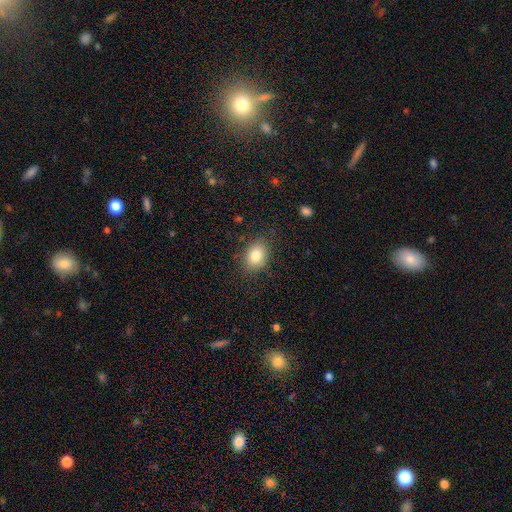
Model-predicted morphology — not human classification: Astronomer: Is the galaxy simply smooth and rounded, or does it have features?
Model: smooth — 81%.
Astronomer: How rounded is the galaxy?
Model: in between — 70%.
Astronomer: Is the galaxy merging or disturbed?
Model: none — 84%.